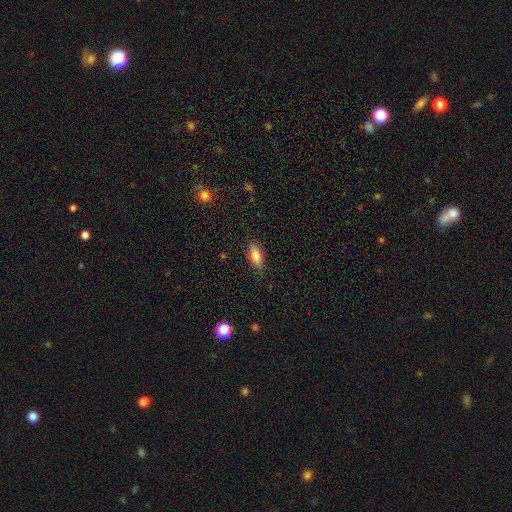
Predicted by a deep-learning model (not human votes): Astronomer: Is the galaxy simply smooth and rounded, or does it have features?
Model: smooth — 80%.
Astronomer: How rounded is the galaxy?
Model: in between — 80%.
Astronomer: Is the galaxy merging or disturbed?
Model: none — 83%.